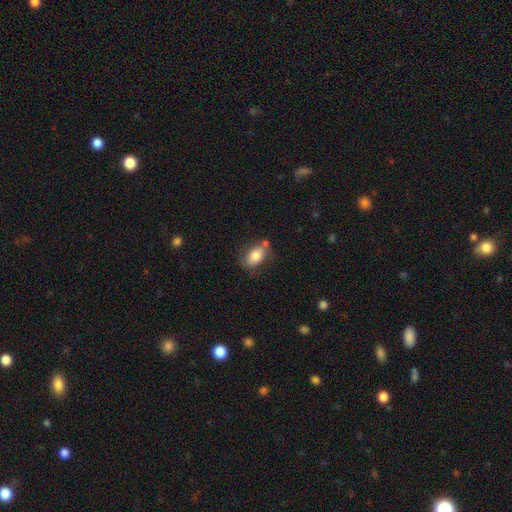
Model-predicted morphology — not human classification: A smooth galaxy with no disk features (76%) that is in between round and cigar-shaped (86%).

Vote fractions:
- Smooth or featured? smooth: 76% / featured or disk: 16% / star or artifact: 7%
- How rounded? in between: 86% / round: 12% / cigar-shaped: 2%
- Merging? none: 57% / minor disturbance: 22% / merger: 14% / major disturbance: 7%